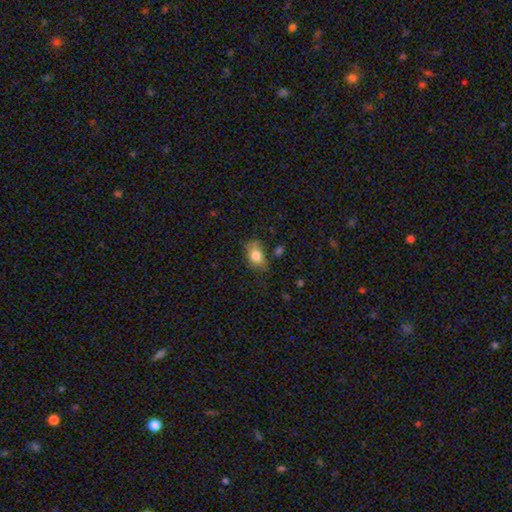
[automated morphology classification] A smooth galaxy with no disk features (78%) that is in between round and cigar-shaped (82%). Merging: none (59%).